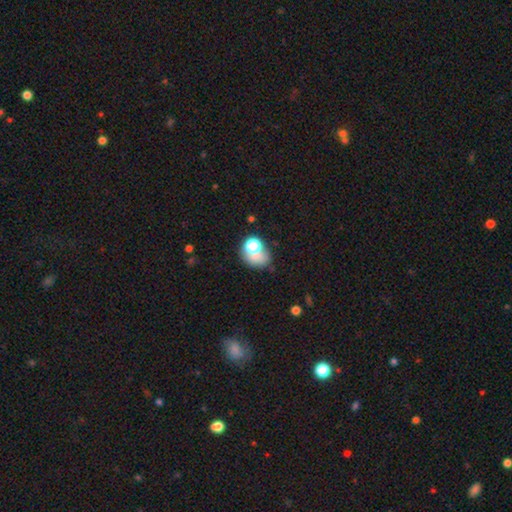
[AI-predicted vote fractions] Q: Smooth or featured?
A: smooth (67%); runner-up: star or artifact (18%)
Q: How rounded?
A: round (50%); runner-up: in between (48%)
Q: Merging?
A: none (40%); runner-up: merger (26%)